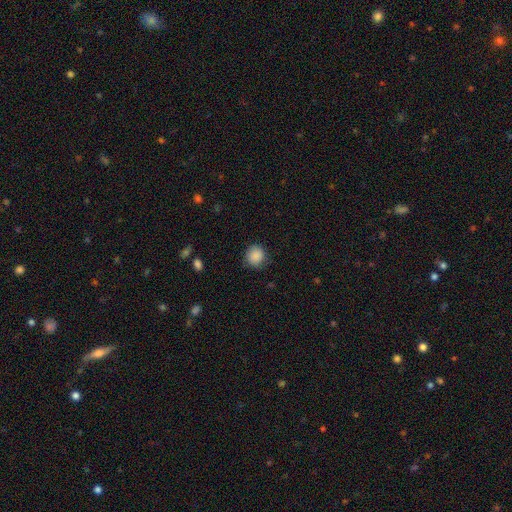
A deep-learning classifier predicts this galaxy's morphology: The model was most divided on "merging": none: 84%, minor disturbance: 12%, major disturbance: 3%, merger: 1%. More confident: smooth or featured — smooth (88%); how rounded — round (88%).